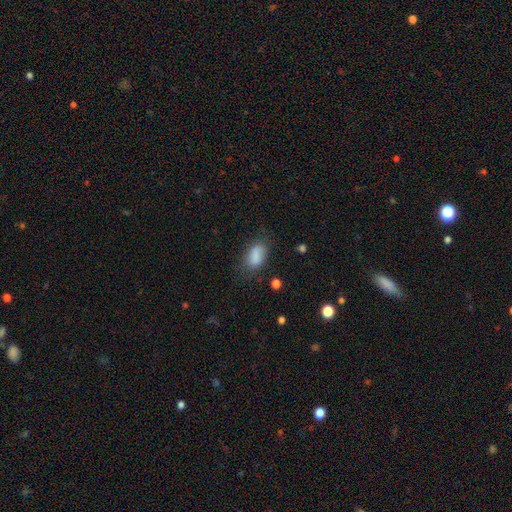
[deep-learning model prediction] Smooth or featured: smooth — 83% (featured or disk — 9%)
How rounded: in between — 88% (round — 8%)
Merging: none — 67% (minor disturbance — 22%)